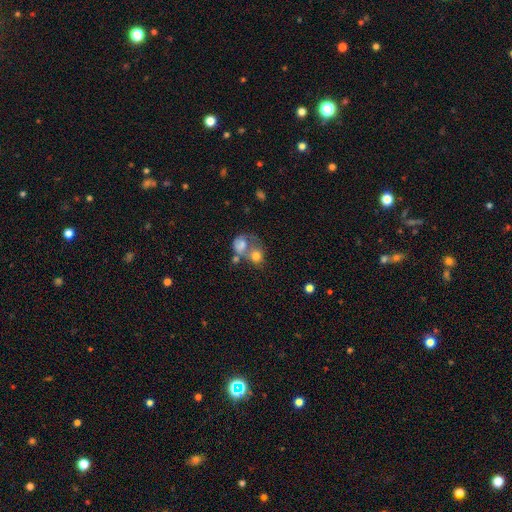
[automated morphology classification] type=smooth (72%); roundness=round (64%); merging=merger (52%).